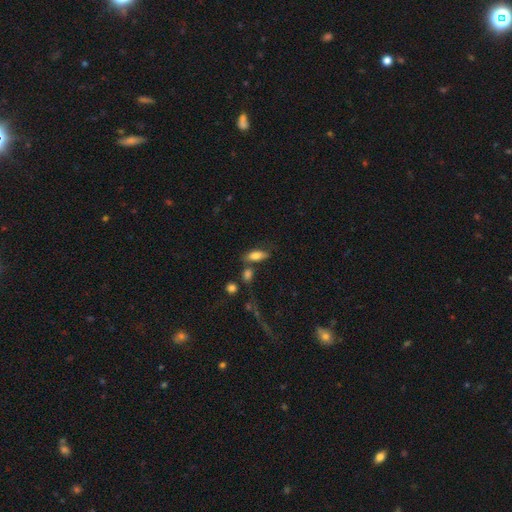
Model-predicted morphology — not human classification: Smooth or featured: smooth — 76% (featured or disk — 16%)
How rounded: in between — 75% (cigar-shaped — 21%)
Merging: none — 63% (minor disturbance — 17%)